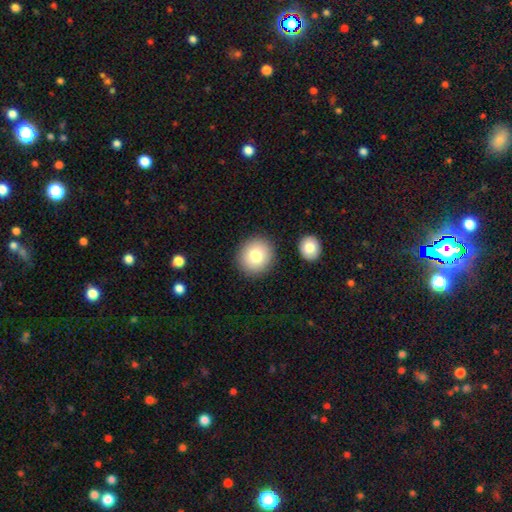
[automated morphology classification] Overall: smooth (79%). How rounded: round (87%). Merging: none (87%).